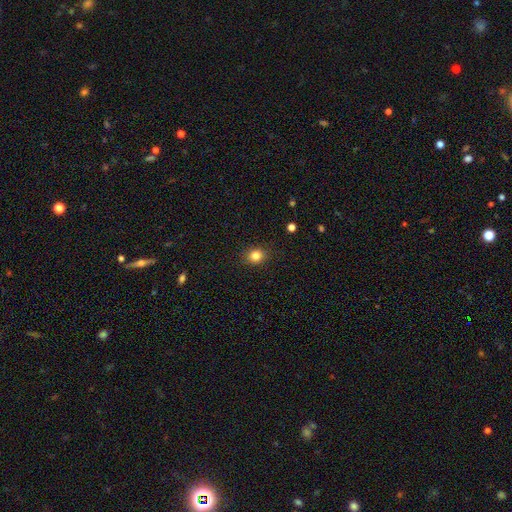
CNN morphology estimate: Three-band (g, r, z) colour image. It shows a smooth galaxy with no disk features (83%) that is round (65%). Merging: none (89%).